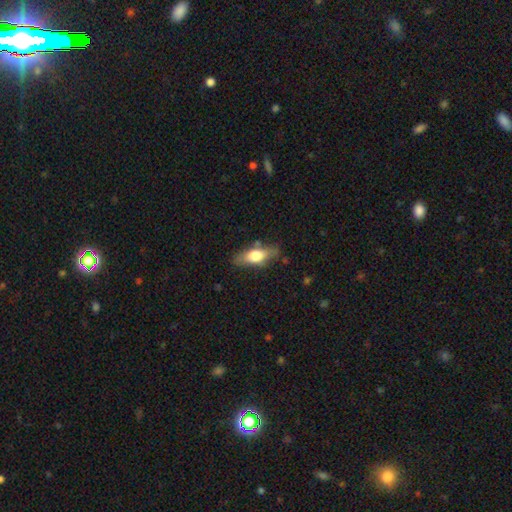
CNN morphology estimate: type=smooth (61%); roundness=in between (64%); merging=none (77%).